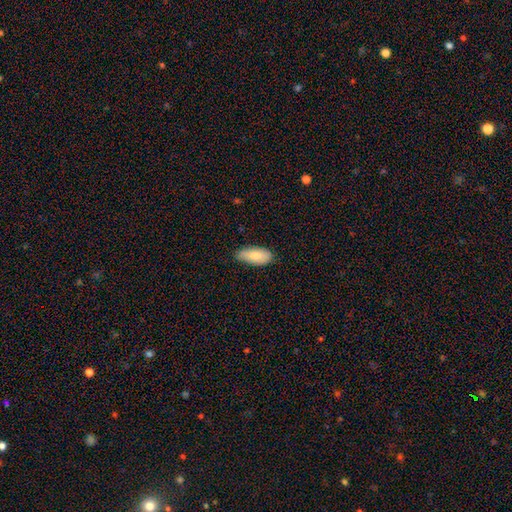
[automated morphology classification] Smooth or featured? Predicted: smooth (p=0.82). How rounded? Predicted: in between (p=0.88). Merging? Predicted: none (p=0.74).